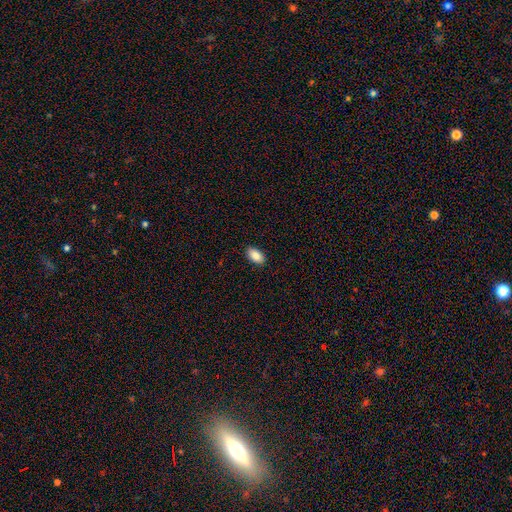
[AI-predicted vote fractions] smooth-or-featured: smooth: 88% | star or artifact: 7% | featured or disk: 5%
  how-rounded: in between: 93% | round: 4% | cigar-shaped: 3%
  merging: none: 89% | minor disturbance: 8% | major disturbance: 2% | merger: 1%